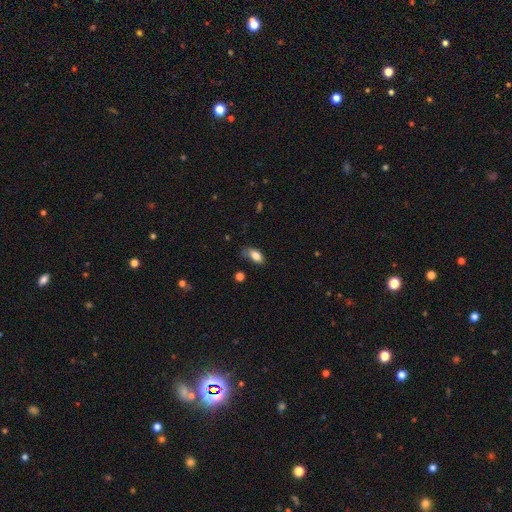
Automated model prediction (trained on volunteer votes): This appears to be a smooth galaxy with no disk features (82%) that is in between round and cigar-shaped (89%). Merging: none (51%).